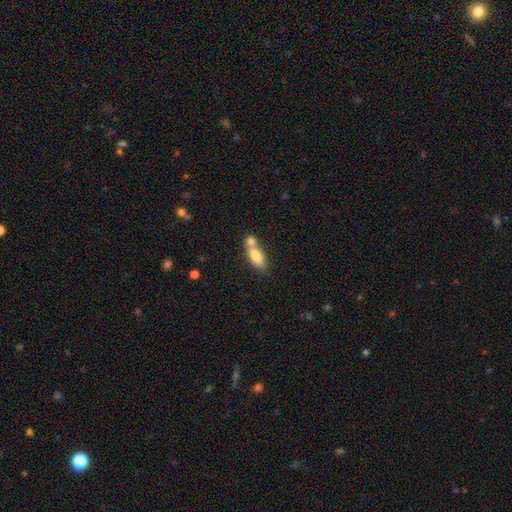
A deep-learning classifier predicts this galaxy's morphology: This is likely a smooth galaxy (77%). How rounded: likely in between (76%). Merging: possibly merger (54%).